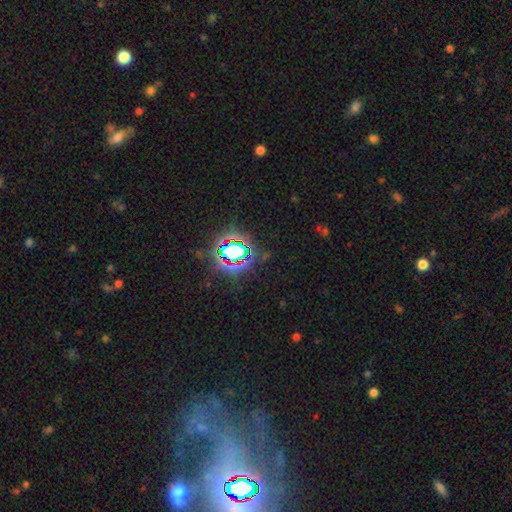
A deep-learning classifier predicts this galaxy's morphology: A star or artifact, not a galaxy (75%).

Vote fractions:
- Smooth or featured? star or artifact: 75% / smooth: 14% / featured or disk: 10%